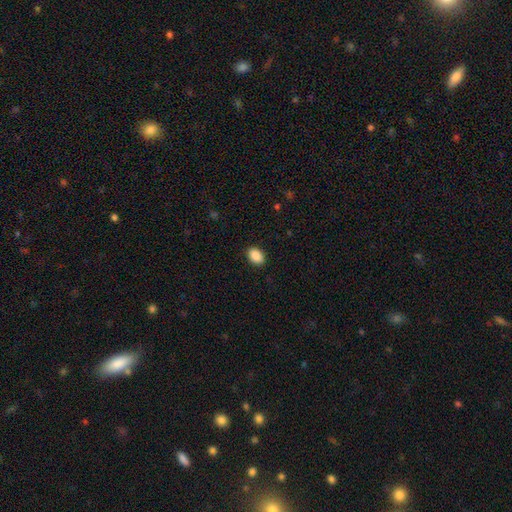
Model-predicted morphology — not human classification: smooth_or_featured: smooth (p=0.90) [alt: star or artifact p=0.08]
how_rounded: in between (p=0.82) [alt: round p=0.17]
merging: none (p=0.90) [alt: minor disturbance p=0.07]